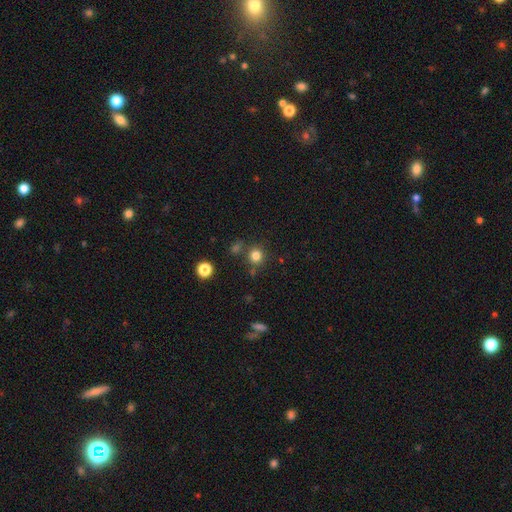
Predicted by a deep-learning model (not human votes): Q: Smooth or featured?
A: smooth (80%); runner-up: star or artifact (14%)
Q: How rounded?
A: round (90%); runner-up: in between (9%)
Q: Merging?
A: none (78%); runner-up: minor disturbance (9%)